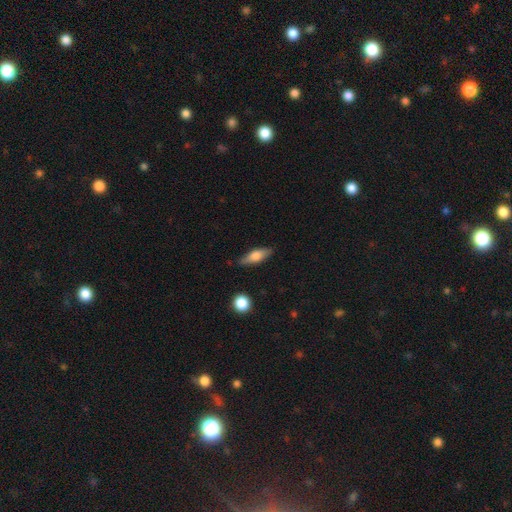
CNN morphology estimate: smooth 61%, featured or disk 33%, star or artifact 7%. Down the decision tree: how rounded — in between (55%); merging — none (80%).